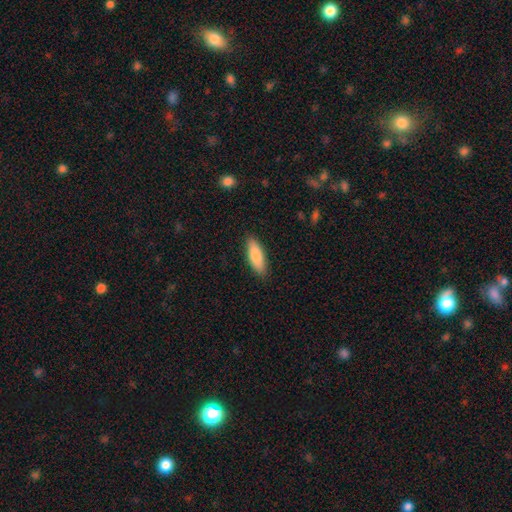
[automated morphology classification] Smooth or featured? smooth (83%)
How rounded? in between (55%)
Merging? none (88%)